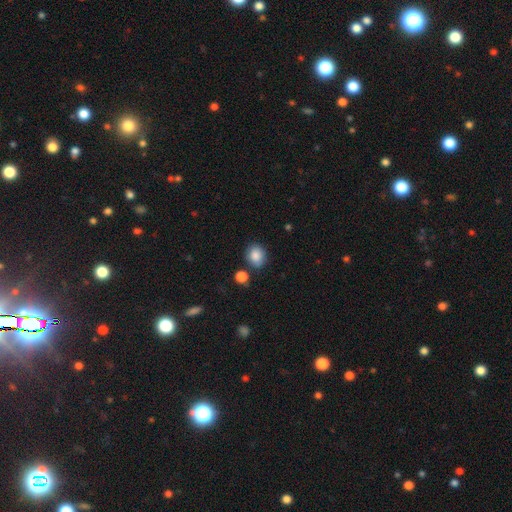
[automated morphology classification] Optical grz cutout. It shows a smooth galaxy with no disk features (86%) that is round (63%). Merging: none (77%).